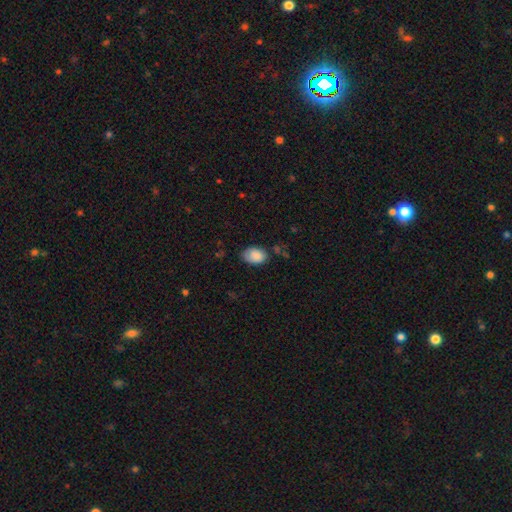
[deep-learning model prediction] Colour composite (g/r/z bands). It shows a smooth galaxy with no disk features (86%) that is in between round and cigar-shaped (86%). Merging: none (66%).